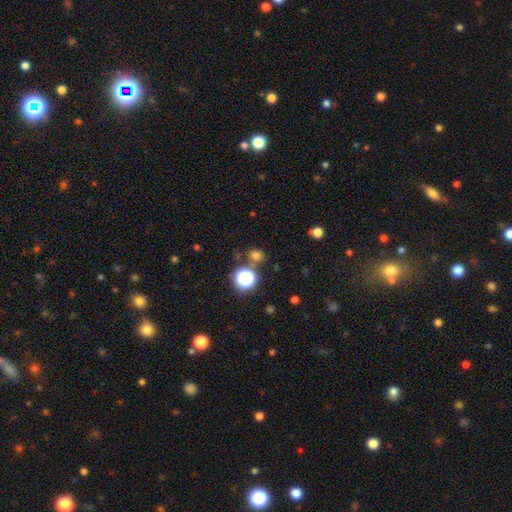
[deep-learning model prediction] Q: Smooth or featured?
A: smooth (68%); runner-up: star or artifact (26%)
Q: How rounded?
A: round (81%); runner-up: in between (17%)
Q: Merging?
A: none (76%); runner-up: merger (11%)